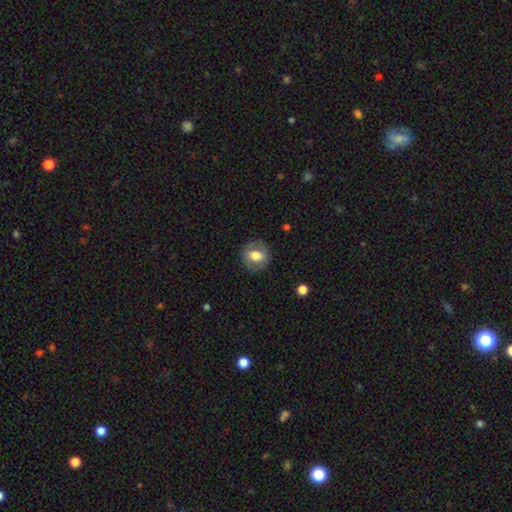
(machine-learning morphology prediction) This is likely a smooth galaxy (62%). How rounded: likely round (72%). Merging: clearly none (82%).